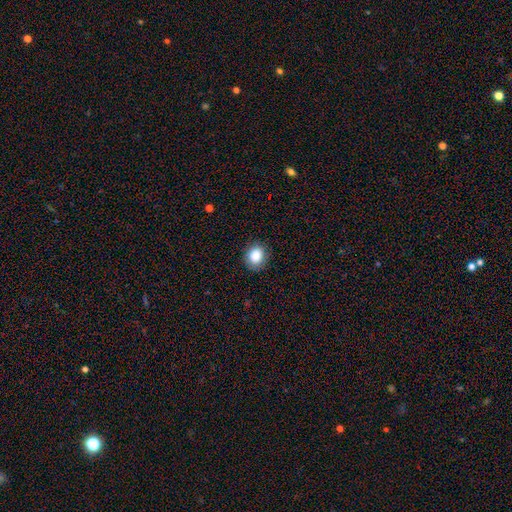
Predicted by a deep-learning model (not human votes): Smooth or featured? smooth (86%)
How rounded? round (65%)
Merging? none (86%)